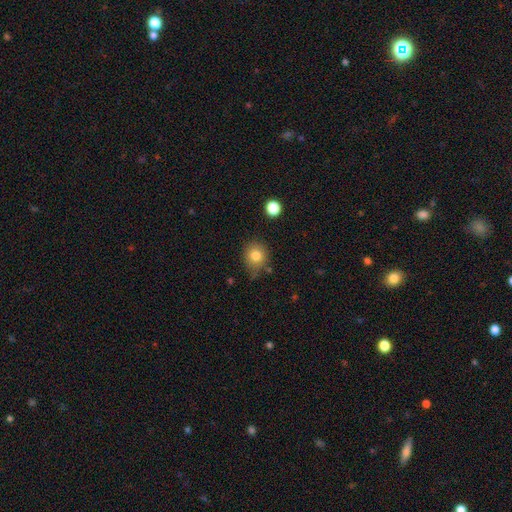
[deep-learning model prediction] Smooth or featured: smooth — 80% (star or artifact — 11%)
How rounded: round — 80% (in between — 20%)
Merging: none — 71% (minor disturbance — 20%)